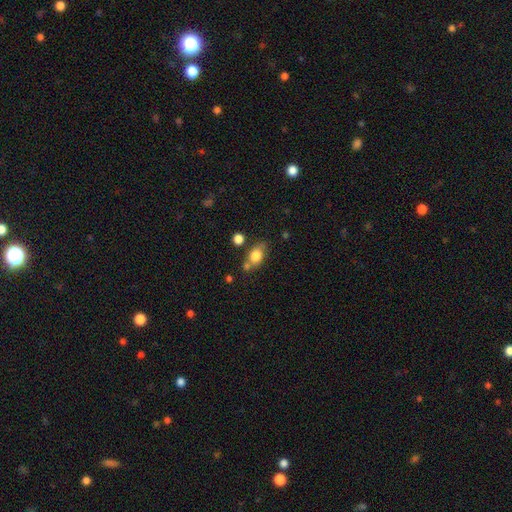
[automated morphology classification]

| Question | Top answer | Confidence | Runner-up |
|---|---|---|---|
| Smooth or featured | smooth | 80% | featured or disk (11%) |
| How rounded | in between | 72% | round (25%) |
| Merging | none | 61% | minor disturbance (18%) |